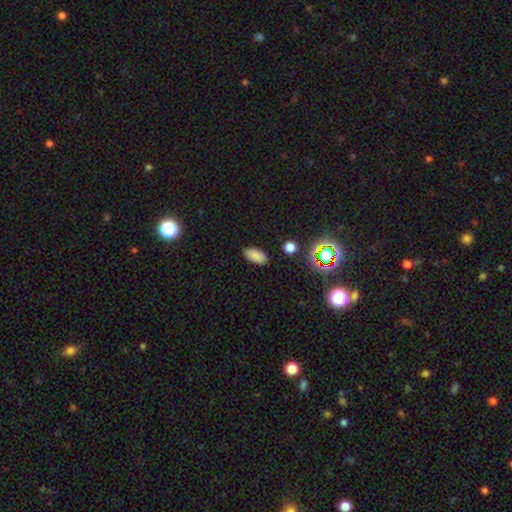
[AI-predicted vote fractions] Smooth or featured: smooth — 83% (star or artifact — 13%)
How rounded: in between — 92% (cigar-shaped — 5%)
Merging: none — 87% (minor disturbance — 9%)